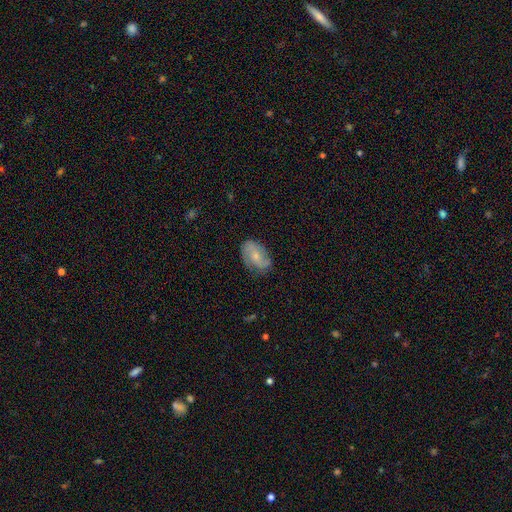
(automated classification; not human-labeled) A featured or disk galaxy (53%) with no bar (66%), spiral arms (82%) and a small central bulge (59%). Merging: none (70%).